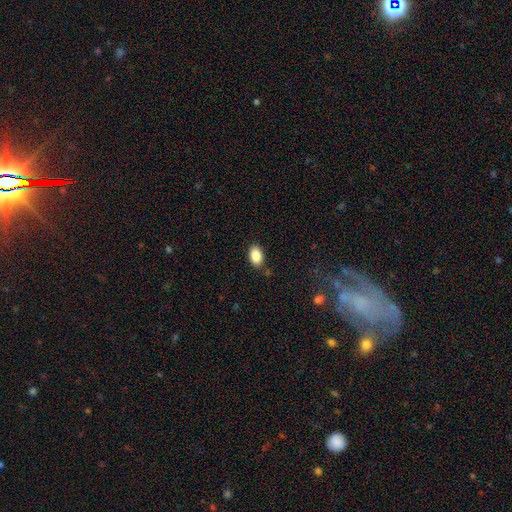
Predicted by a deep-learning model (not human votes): This is clearly a smooth galaxy (88%). How rounded: clearly in between (90%). Merging: clearly none (83%).